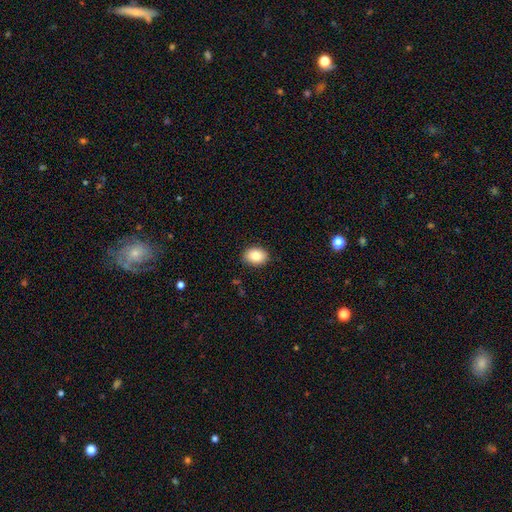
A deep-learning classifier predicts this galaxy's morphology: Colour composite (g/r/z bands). It shows a smooth galaxy with no disk features (84%) that is in between round and cigar-shaped (71%). Merging: none (89%).